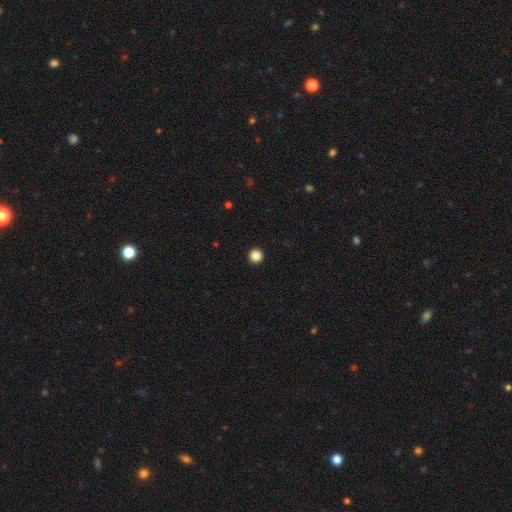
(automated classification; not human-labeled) A smooth galaxy with no disk features (87%) that is round (97%). Merging: none (95%).